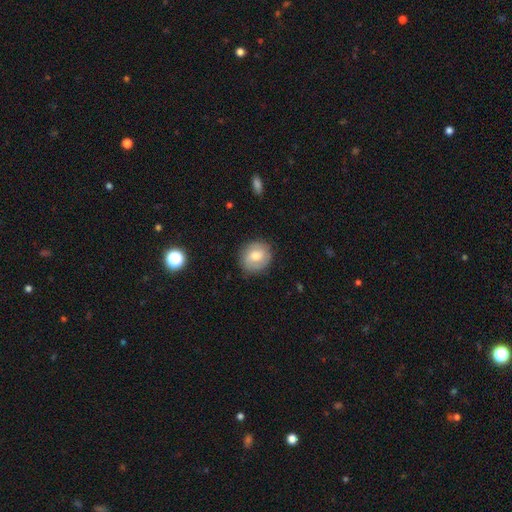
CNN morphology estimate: Overall: smooth (64%; featured or disk 29%). How rounded: round (73%). Merging: none (83%).